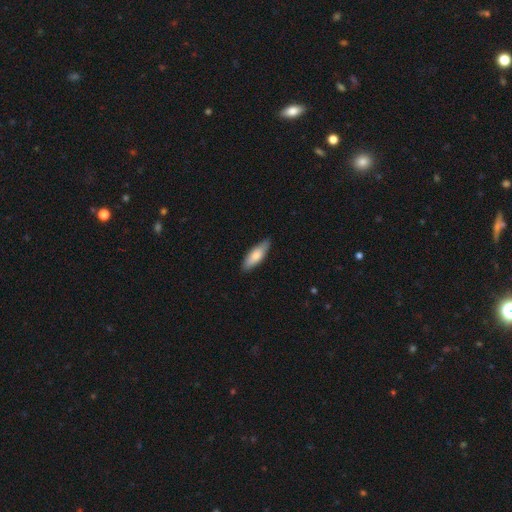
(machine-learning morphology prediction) Overall: smooth (77%). How rounded: in between (57%; cigar-shaped 42%). Merging: none (84%).